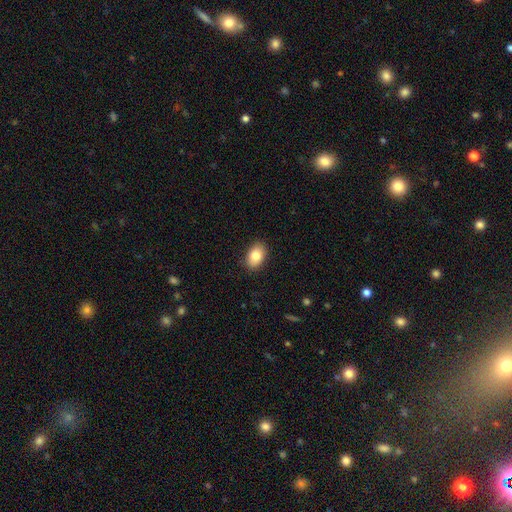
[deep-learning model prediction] A smooth galaxy with no disk features (83%) that is in between round and cigar-shaped (85%).

Vote fractions:
- Smooth or featured? smooth: 83% / featured or disk: 10% / star or artifact: 8%
- How rounded? in between: 85% / round: 14% / cigar-shaped: 1%
- Merging? none: 88% / minor disturbance: 9% / major disturbance: 2% / merger: 1%